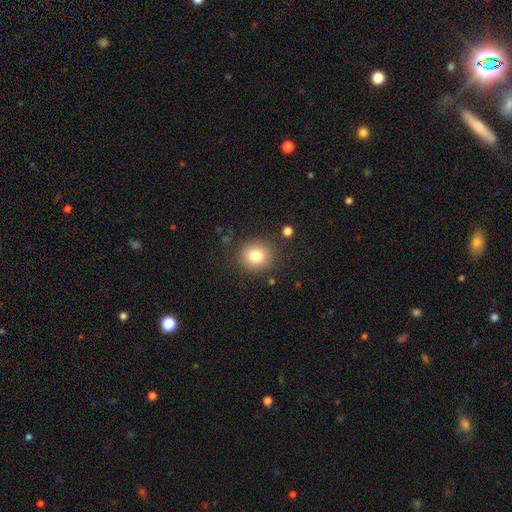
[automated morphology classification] type=smooth (80%); roundness=round (86%); merging=none (87%).